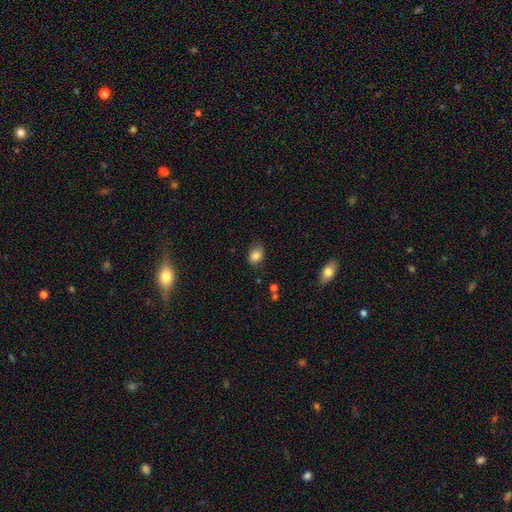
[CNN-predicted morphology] Smooth or featured? Predicted: smooth (p=0.83). How rounded? Predicted: in between (p=0.63). Merging? Predicted: none (p=0.72).